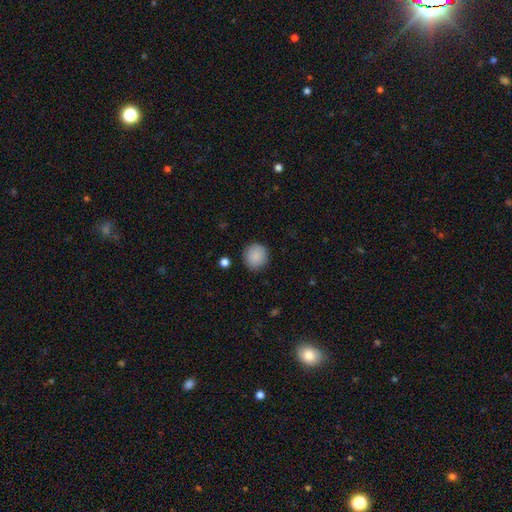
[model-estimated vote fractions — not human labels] A smooth galaxy with no disk features (89%) that is round (94%).

Vote fractions:
- Smooth or featured? smooth: 89% / star or artifact: 8% / featured or disk: 3%
- How rounded? round: 94% / in between: 5% / cigar-shaped: 1%
- Merging? none: 91% / minor disturbance: 6% / major disturbance: 2% / merger: 1%